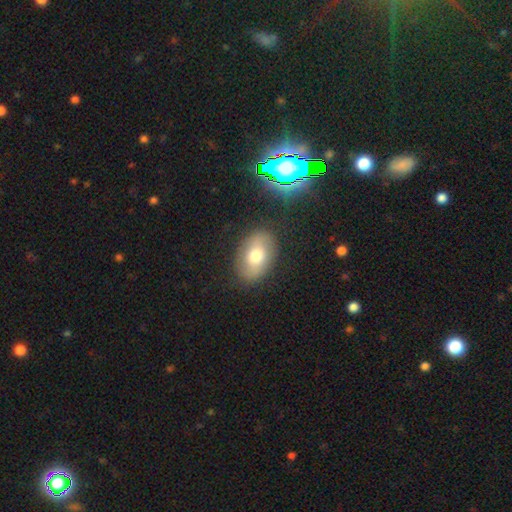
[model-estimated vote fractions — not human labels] Morphology: type=smooth (61%); roundness=in between (84%); merging=none (83%).